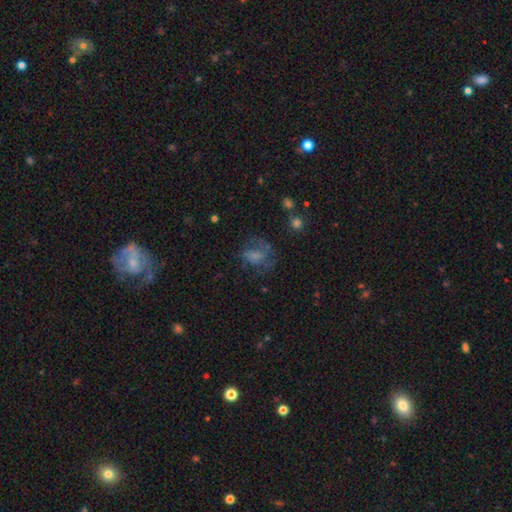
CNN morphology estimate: smooth-or-featured: smooth: 45% | featured or disk: 38% | star or artifact: 17%
  merging: none: 40% | major disturbance: 35% | minor disturbance: 22% | merger: 3%